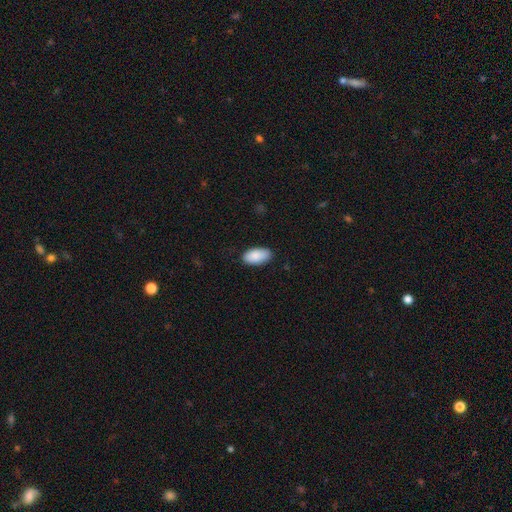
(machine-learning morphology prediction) Smooth or featured? Predicted: smooth (p=0.89). How rounded? Predicted: in between (p=0.95). Merging? Predicted: none (p=0.83).